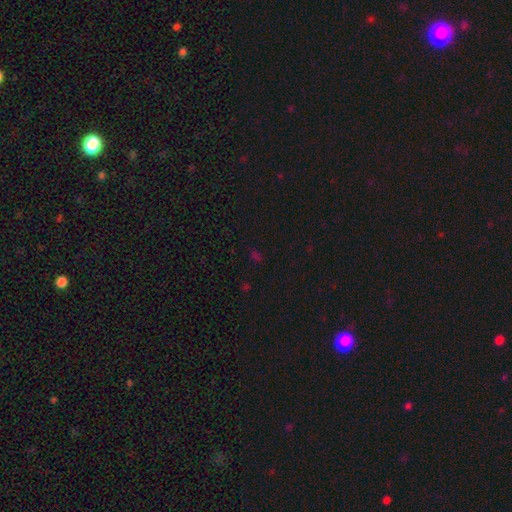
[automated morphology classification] A star or artifact, not a galaxy (52%).